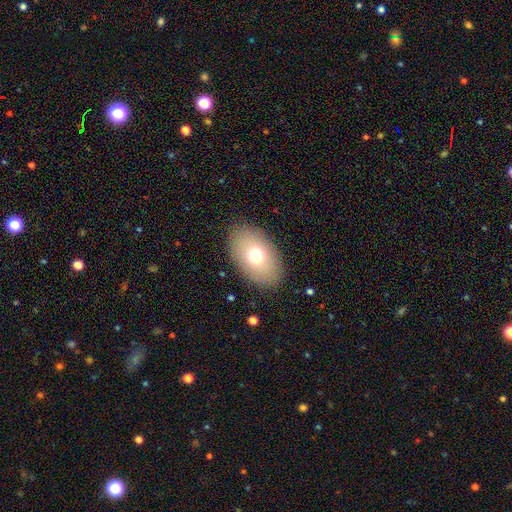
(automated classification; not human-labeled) The model was most divided on "smooth or featured": smooth: 71%, featured or disk: 20%, star or artifact: 9%. More confident: how rounded — in between (89%); merging — none (86%).